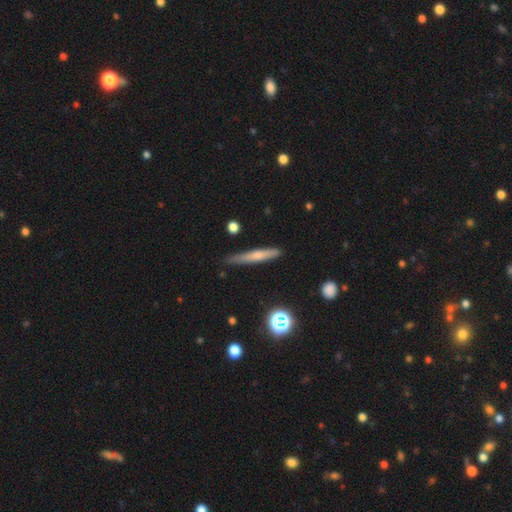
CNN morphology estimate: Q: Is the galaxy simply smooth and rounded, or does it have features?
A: smooth — 54%.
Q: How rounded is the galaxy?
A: cigar-shaped — 92%.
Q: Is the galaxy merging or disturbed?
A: none — 79%.